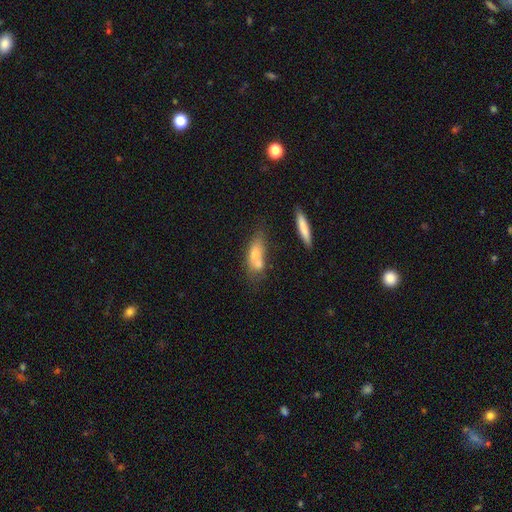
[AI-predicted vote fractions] Smooth or featured? Predicted: smooth (p=0.65). How rounded? Predicted: in between (p=0.60). Merging? Predicted: merger (p=0.44).